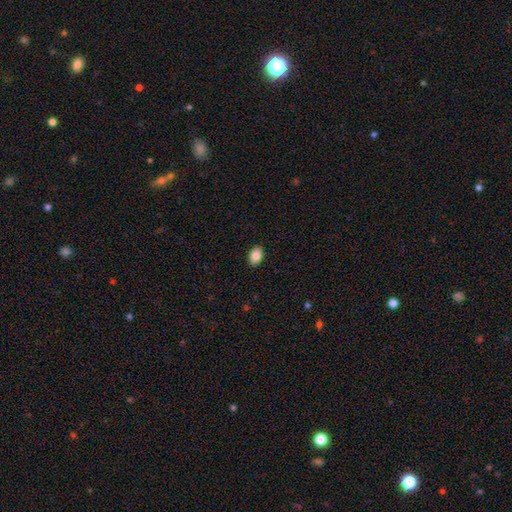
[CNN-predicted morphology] Overall: smooth (87%). How rounded: in between (83%). Merging: none (90%).